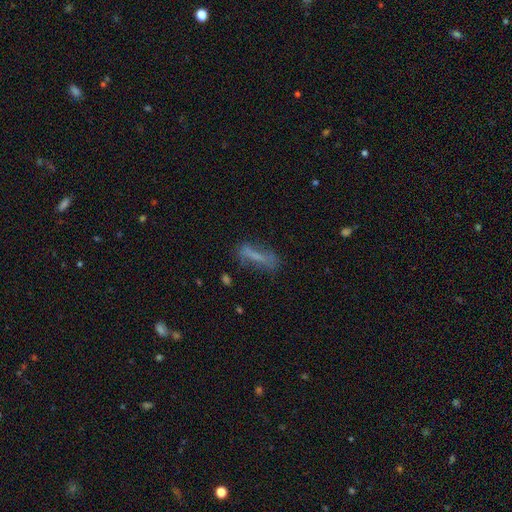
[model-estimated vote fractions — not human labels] This appears to be a smooth galaxy with no disk features (53%) that is cigar-shaped (72%). Merging: none (56%).